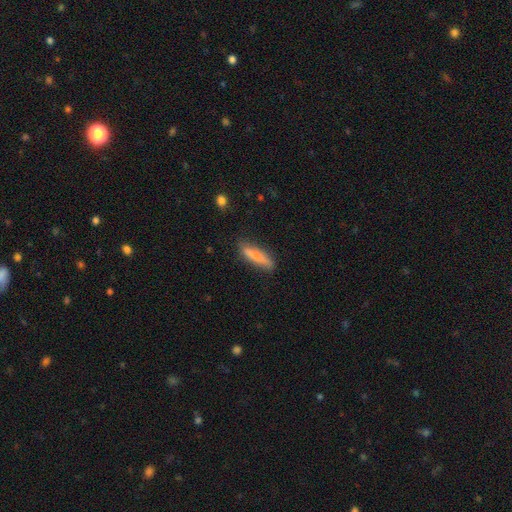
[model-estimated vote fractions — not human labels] smooth-or-featured: smooth: 80% | featured or disk: 14% | star or artifact: 6%
  how-rounded: cigar-shaped: 79% | in between: 19% | round: 2%
  merging: none: 78% | minor disturbance: 17% | major disturbance: 3% | merger: 2%